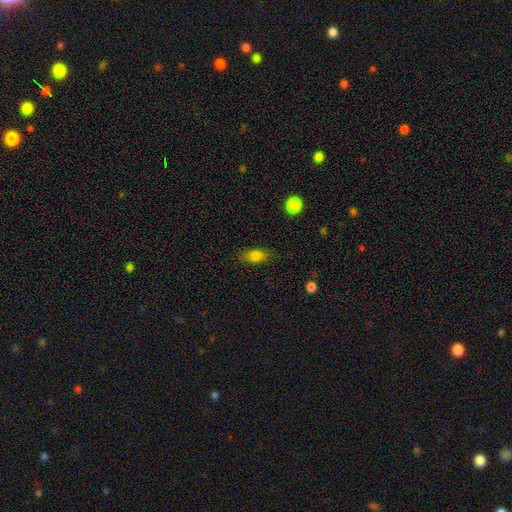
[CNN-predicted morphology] Q: Smooth or featured?
A: smooth (80%); runner-up: featured or disk (11%)
Q: How rounded?
A: in between (83%); runner-up: cigar-shaped (11%)
Q: Merging?
A: none (82%); runner-up: minor disturbance (13%)